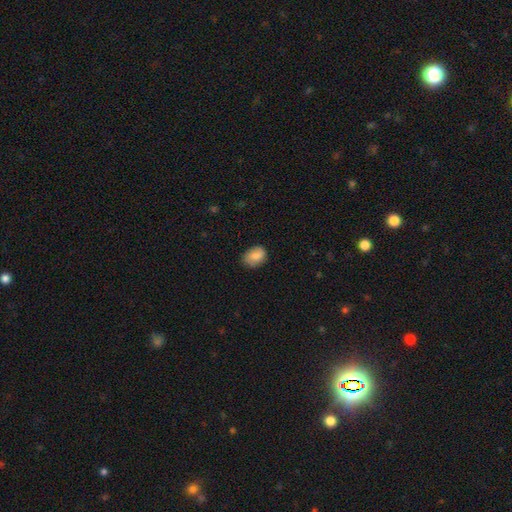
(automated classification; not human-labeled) This is likely a smooth galaxy (78%). How rounded: likely in between (74%). Merging: likely none (77%).